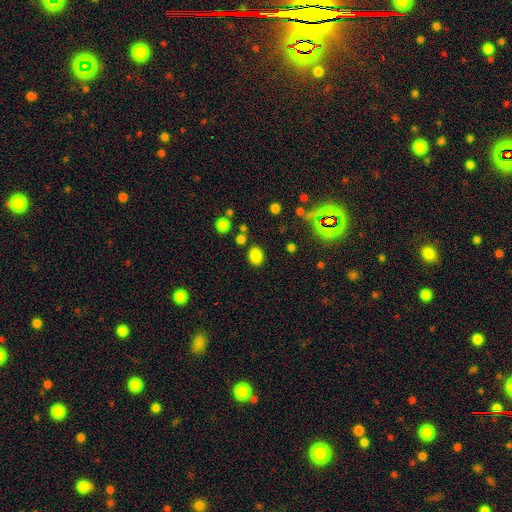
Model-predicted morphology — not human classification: The model was most divided on "how rounded": in between: 61%, round: 38%, cigar-shaped: 1%. More confident: merging — none (82%); smooth or featured — smooth (81%).